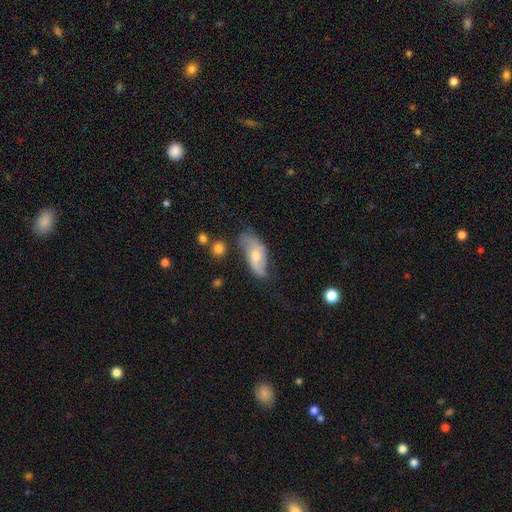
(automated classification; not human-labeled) The model was most divided on "merging": none: 49%, minor disturbance: 32%, major disturbance: 14%, merger: 4%. More confident: edge-on disk — no (90%); spiral arms — yes (81%); bulge size — moderate (61%); bar — no (61%); smooth or featured — featured or disk (59%).